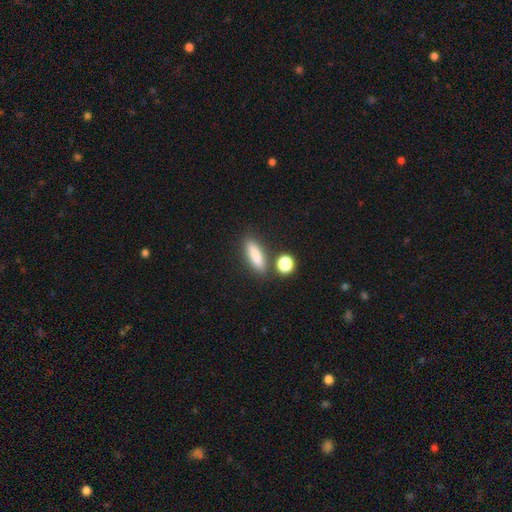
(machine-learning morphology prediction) Q: Smooth or featured?
A: smooth (84%); runner-up: featured or disk (9%)
Q: How rounded?
A: cigar-shaped (51%); runner-up: in between (44%)
Q: Merging?
A: none (77%); runner-up: minor disturbance (11%)